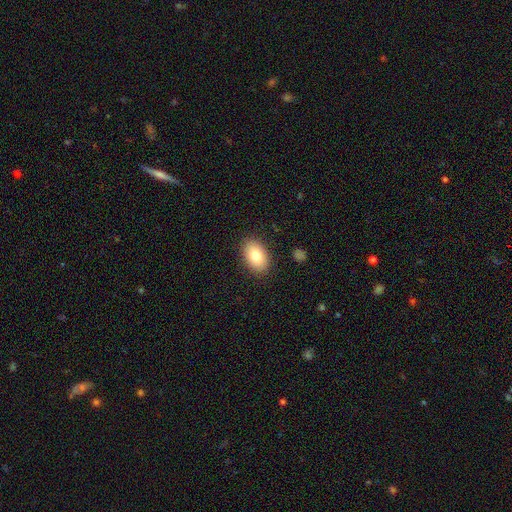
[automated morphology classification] Overall: smooth (83%). How rounded: in between (91%). Merging: none (87%).